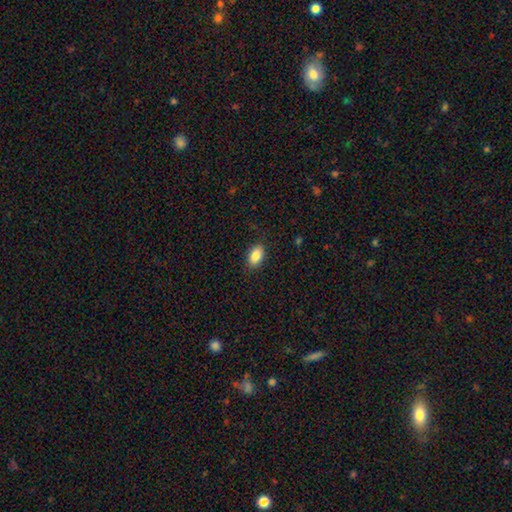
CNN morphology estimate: Smooth or featured?
  - smooth: 86% *
  - star or artifact: 8%
  - featured or disk: 7%
How rounded?
  - in between: 90% *
  - round: 8%
  - cigar-shaped: 2%
Merging?
  - none: 86% *
  - minor disturbance: 10%
  - major disturbance: 3%
  - merger: 1%